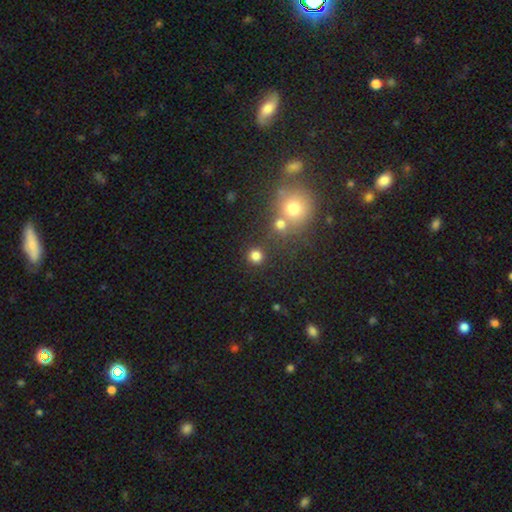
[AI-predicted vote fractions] This appears to be a smooth galaxy with no disk features (80%) that is round (92%). Merging: none (83%).